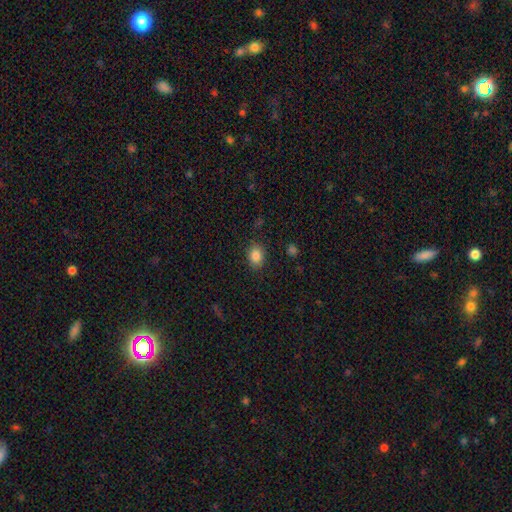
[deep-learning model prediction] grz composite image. It shows a smooth galaxy with no disk features (85%) that is in between round and cigar-shaped (59%). Merging: none (86%).